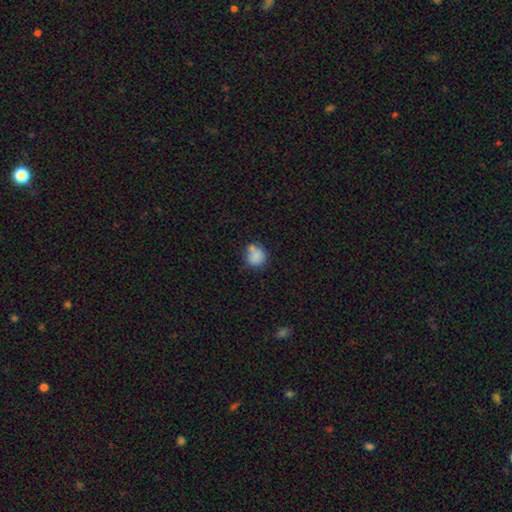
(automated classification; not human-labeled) Morphology: type=smooth (81%); roundness=round (84%); merging=none (58%).